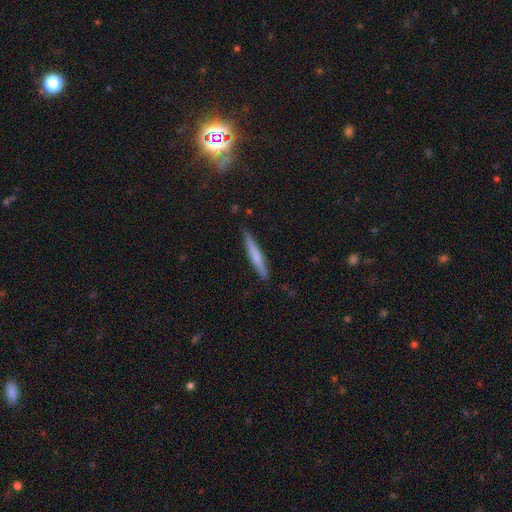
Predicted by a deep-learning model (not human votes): Morphology: type=smooth (61%); roundness=cigar-shaped (94%); merging=none (87%).